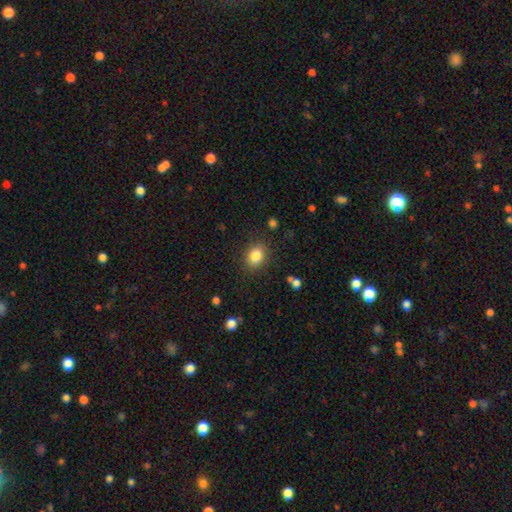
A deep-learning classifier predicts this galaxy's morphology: smooth-or-featured: smooth: 85% | star or artifact: 9% | featured or disk: 6%
  how-rounded: in between: 60% | round: 38% | cigar-shaped: 1%
  merging: none: 85% | minor disturbance: 10% | major disturbance: 3% | merger: 1%